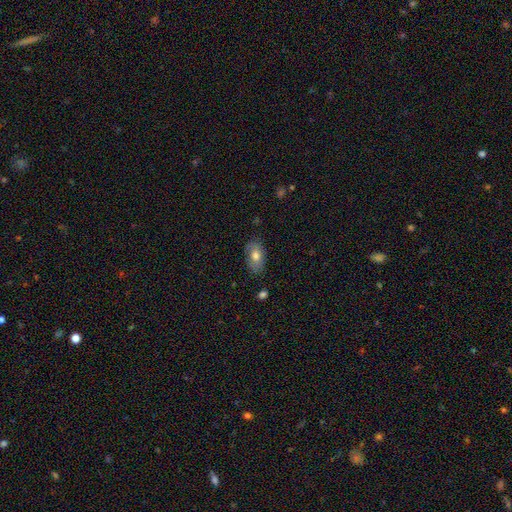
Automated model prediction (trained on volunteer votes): This appears to be a smooth galaxy with no disk features (70%) that is in between round and cigar-shaped (91%). Merging: none (76%).